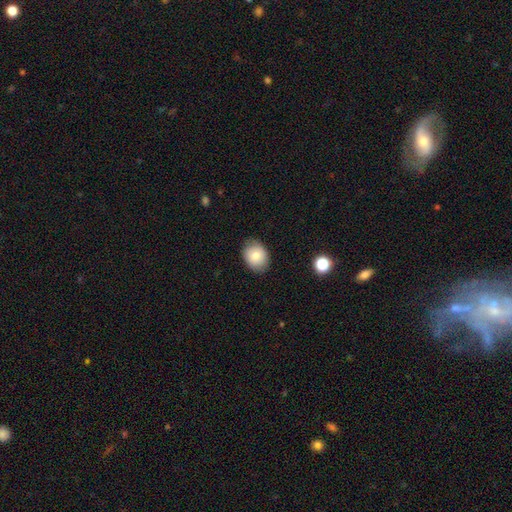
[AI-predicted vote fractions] Overall: smooth (78%). How rounded: in between (56%; round 43%). Merging: none (83%).